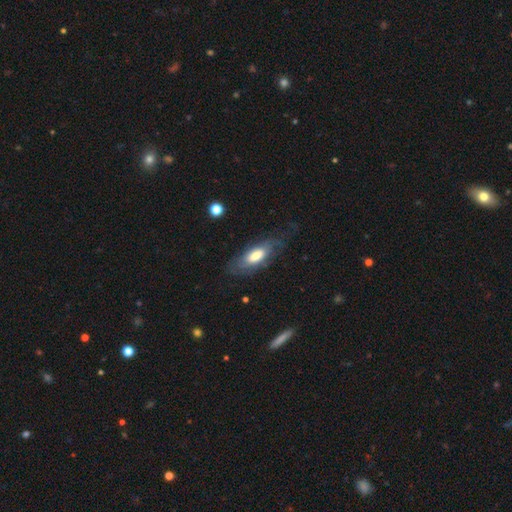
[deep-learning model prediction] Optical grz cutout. It shows a smooth galaxy with no disk features (47%). Merging: none (64%).